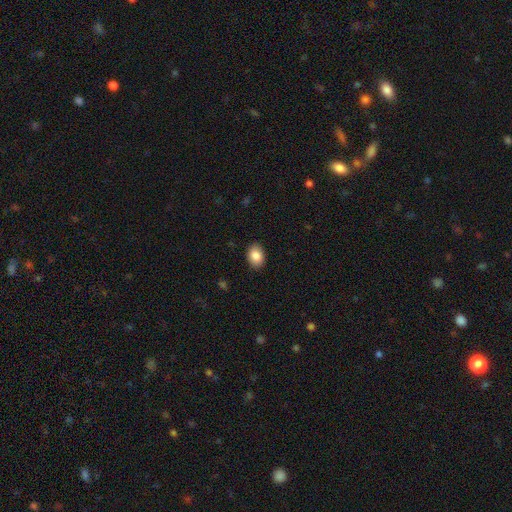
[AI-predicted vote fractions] This is clearly a smooth galaxy (87%). How rounded: likely in between (77%). Merging: clearly none (88%).